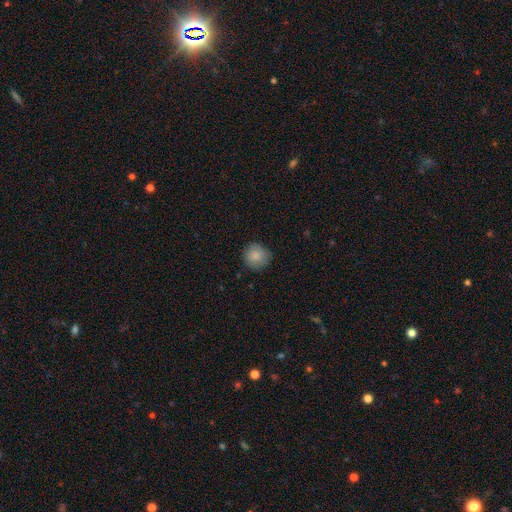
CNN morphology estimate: A smooth galaxy with no disk features (85%) that is round (92%).

Vote fractions:
- Smooth or featured? smooth: 85% / star or artifact: 8% / featured or disk: 7%
- How rounded? round: 92% / in between: 7% / cigar-shaped: 1%
- Merging? none: 82% / minor disturbance: 14% / major disturbance: 3% / merger: 1%